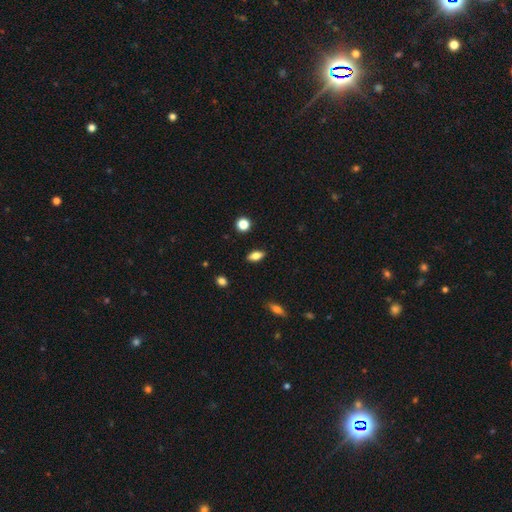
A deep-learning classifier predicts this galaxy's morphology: Smooth or featured? Predicted: smooth (p=0.69). How rounded? Predicted: in between (p=0.78). Merging? Predicted: none (p=0.87).